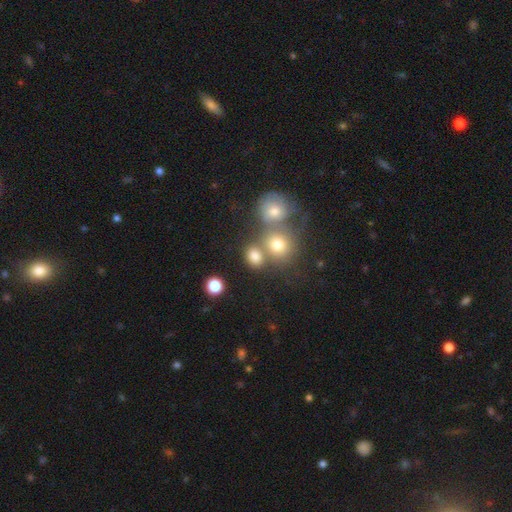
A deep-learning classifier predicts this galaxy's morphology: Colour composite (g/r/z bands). It shows a smooth galaxy with no disk features (71%) that is round (68%). Merging: merger (43%).